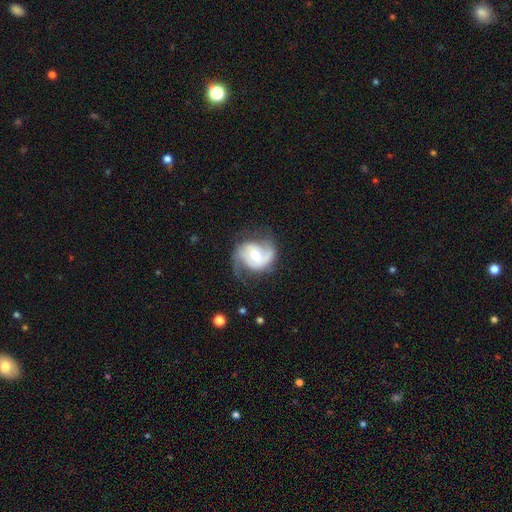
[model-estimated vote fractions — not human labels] featured or disk 82%, smooth 12%, star or artifact 5%. Down the decision tree: edge-on disk — no (98%); bar — no (49%); spiral arms — yes (95%); spiral arm count — 2 (80%); spiral winding — medium (48%); bulge size — moderate (67%); merging — none (62%).